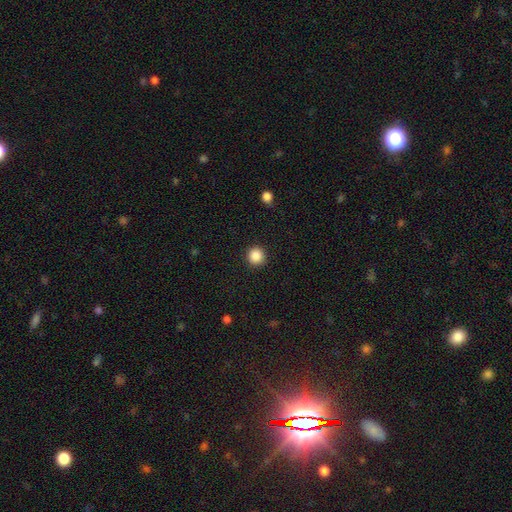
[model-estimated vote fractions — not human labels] This appears to be a smooth galaxy with no disk features (87%) that is round (95%). Merging: none (92%).